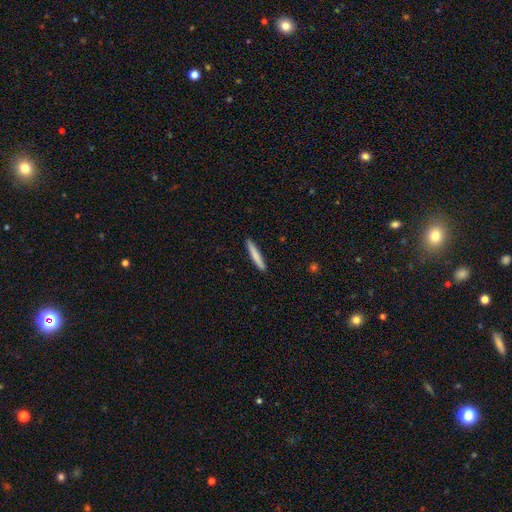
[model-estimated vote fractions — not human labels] Q: Smooth or featured?
A: smooth (77%); runner-up: featured or disk (18%)
Q: How rounded?
A: cigar-shaped (95%); runner-up: in between (4%)
Q: Merging?
A: none (90%); runner-up: minor disturbance (7%)